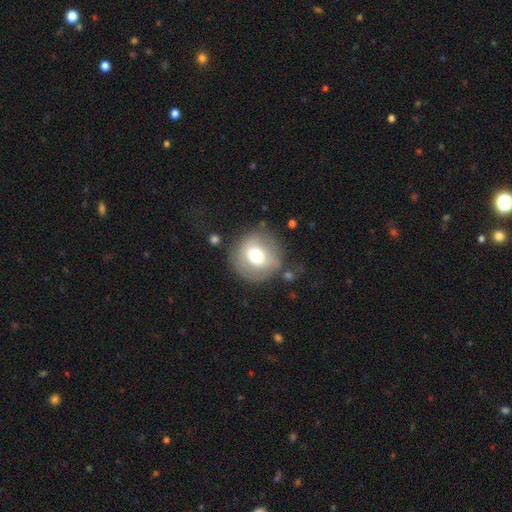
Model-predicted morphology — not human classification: A smooth galaxy with no disk features (63%) that is round (92%). Merging: none (73%).